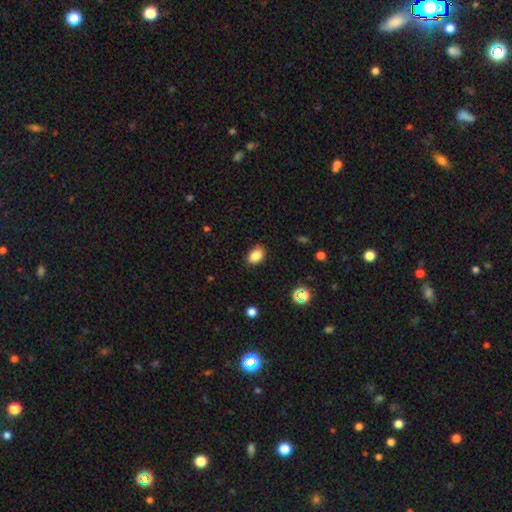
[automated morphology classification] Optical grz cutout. It shows a smooth galaxy with no disk features (85%) that is in between round and cigar-shaped (81%). Merging: none (83%).